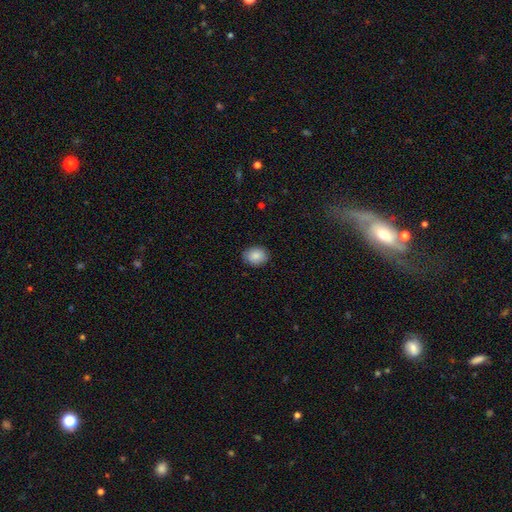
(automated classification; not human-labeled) Smooth or featured?
  - smooth: 87% *
  - star or artifact: 8%
  - featured or disk: 5%
How rounded?
  - round: 51% *
  - in between: 48%
  - cigar-shaped: 1%
Merging?
  - none: 86% *
  - minor disturbance: 11%
  - major disturbance: 2%
  - merger: 1%